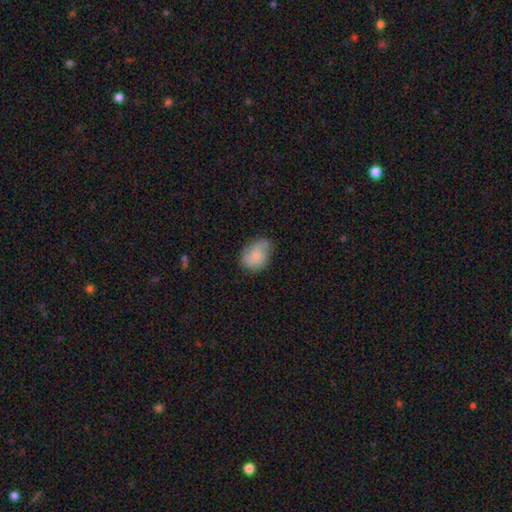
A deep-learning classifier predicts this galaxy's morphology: type=smooth (69%); roundness=in between (68%); merging=none (57%).